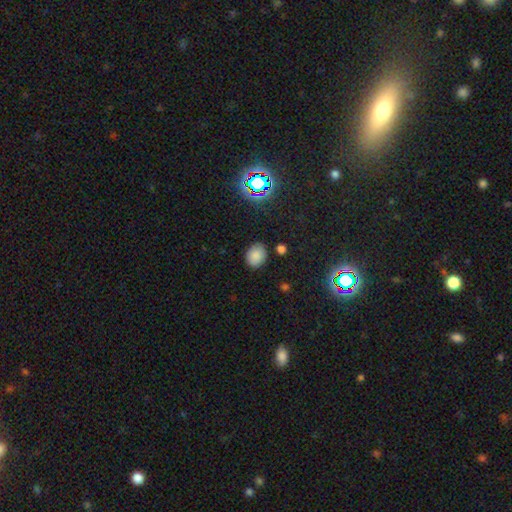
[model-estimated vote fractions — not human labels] smooth-or-featured: smooth: 81% | star or artifact: 13% | featured or disk: 6%
  how-rounded: in between: 58% | round: 41% | cigar-shaped: 1%
  merging: none: 83% | minor disturbance: 12% | major disturbance: 3% | merger: 2%